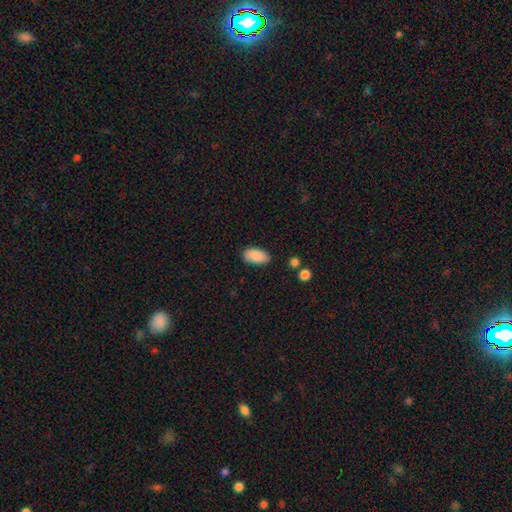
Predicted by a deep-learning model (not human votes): smooth-or-featured: smooth: 88% | star or artifact: 7% | featured or disk: 6%
  how-rounded: in between: 94% | round: 4% | cigar-shaped: 2%
  merging: none: 82% | minor disturbance: 13% | major disturbance: 3% | merger: 2%